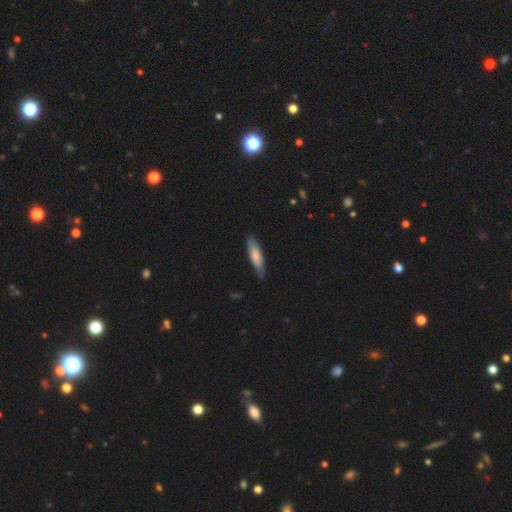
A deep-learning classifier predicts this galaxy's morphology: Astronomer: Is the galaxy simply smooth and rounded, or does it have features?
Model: smooth — 75%.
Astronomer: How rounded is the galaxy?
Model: cigar-shaped — 63%.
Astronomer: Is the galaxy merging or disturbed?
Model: none — 79%.